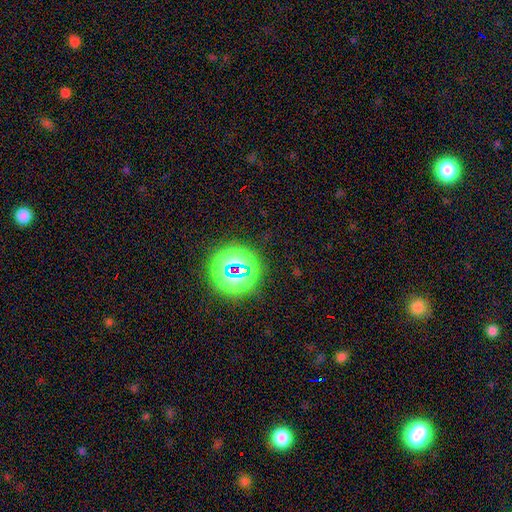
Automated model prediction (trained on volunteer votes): Q: Smooth or featured?
A: star or artifact (67%); runner-up: smooth (22%)